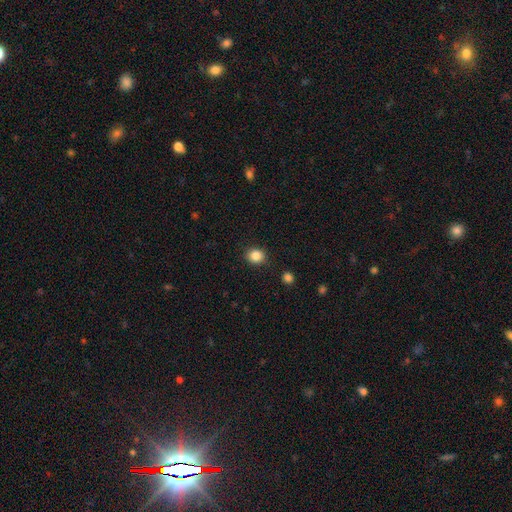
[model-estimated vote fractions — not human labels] A smooth galaxy with no disk features (85%) that is round (78%). Merging: none (89%).